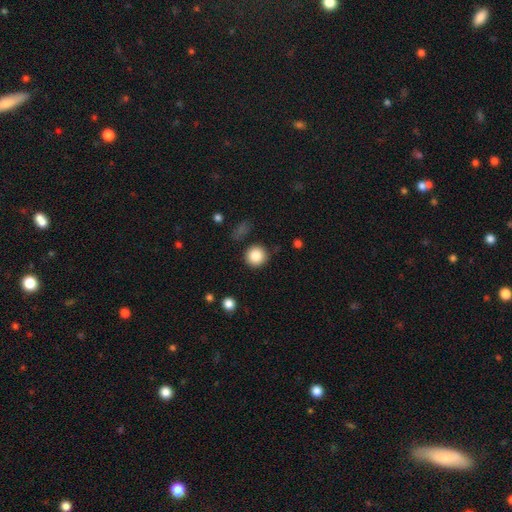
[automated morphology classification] smooth 86%, star or artifact 9%, featured or disk 5%. Down the decision tree: how rounded — round (92%); merging — none (86%).